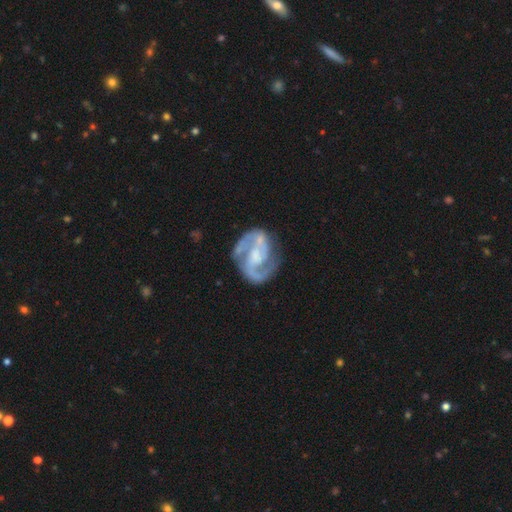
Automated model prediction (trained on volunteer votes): Q: Smooth or featured?
A: featured or disk (90%); runner-up: smooth (6%)
Q: Edge-on disk?
A: no (98%); runner-up: yes (2%)
Q: Bar?
A: weak (46%); runner-up: no (34%)
Q: Spiral arms?
A: yes (97%); runner-up: no (3%)
Q: Spiral winding?
A: medium (55%); runner-up: tight (31%)
Q: Spiral arm count?
A: 2 (88%); runner-up: 3 (4%)
Q: Bulge size?
A: moderate (36%); runner-up: small (30%)
Q: Merging?
A: none (70%); runner-up: minor disturbance (18%)